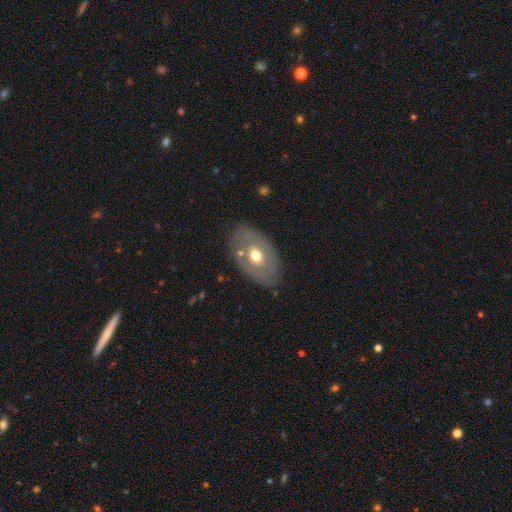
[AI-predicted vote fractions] smooth-or-featured: smooth: 48% | featured or disk: 46% | star or artifact: 6%
  merging: none: 80% | minor disturbance: 13% | major disturbance: 5% | merger: 3%